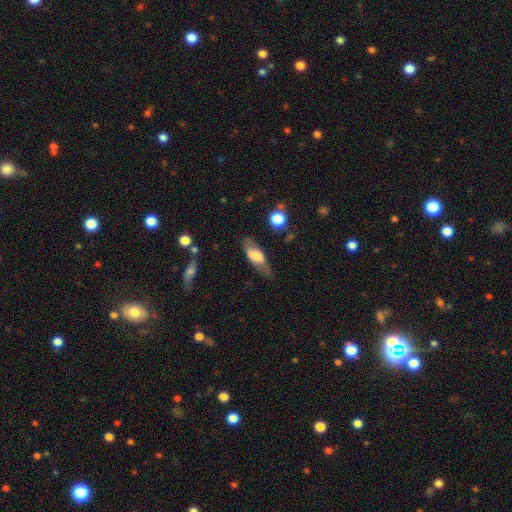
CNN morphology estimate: smooth_or_featured: smooth (p=0.58) [alt: featured or disk p=0.35]
how_rounded: in between (p=0.70) [alt: cigar-shaped p=0.27]
merging: none (p=0.66) [alt: minor disturbance p=0.22]